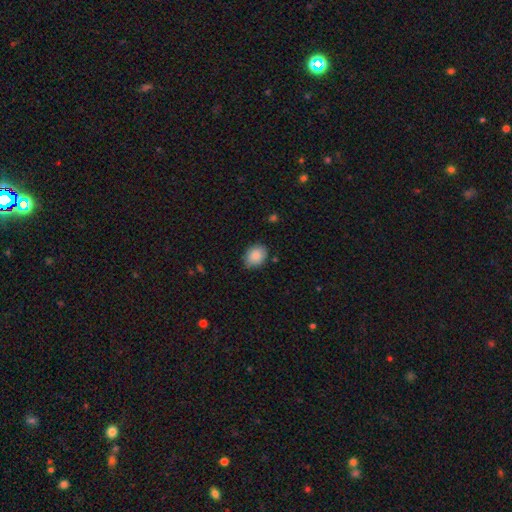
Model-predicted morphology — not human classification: The model was most divided on "how rounded": in between: 56%, round: 43%, cigar-shaped: 1%. More confident: smooth or featured — smooth (87%); merging — none (81%).